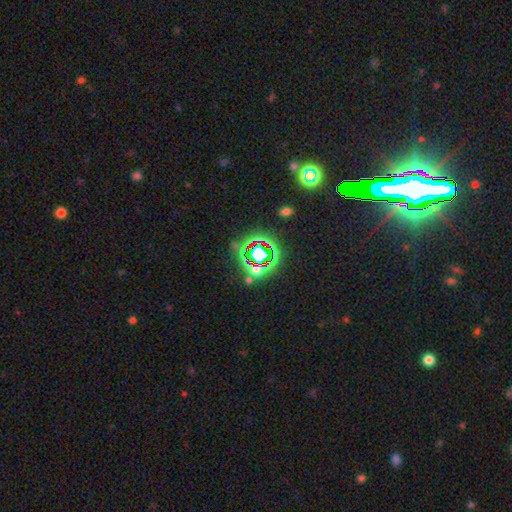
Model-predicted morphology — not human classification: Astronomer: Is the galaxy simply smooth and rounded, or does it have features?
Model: star or artifact — 77%.